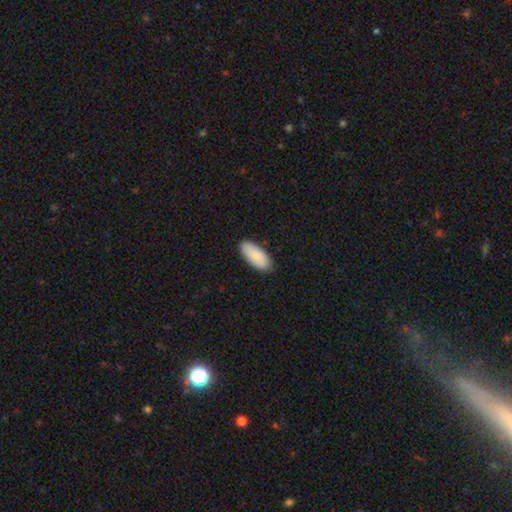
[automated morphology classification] Q: Smooth or featured?
A: smooth (87%); runner-up: featured or disk (7%)
Q: How rounded?
A: in between (89%); runner-up: cigar-shaped (10%)
Q: Merging?
A: none (87%); runner-up: minor disturbance (10%)